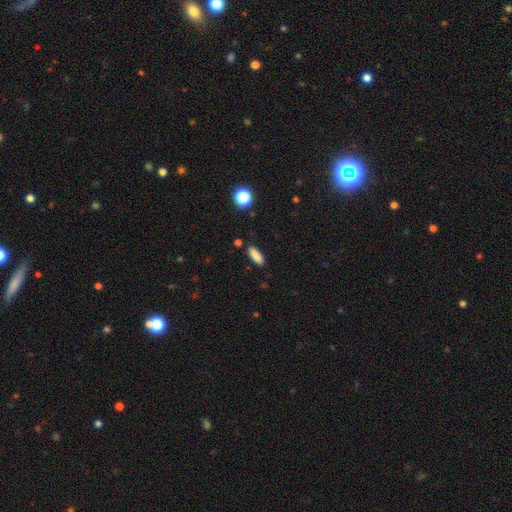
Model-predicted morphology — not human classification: smooth_or_featured: smooth (p=0.87) [alt: star or artifact p=0.08]
how_rounded: in between (p=0.63) [alt: cigar-shaped p=0.34]
merging: none (p=0.87) [alt: minor disturbance p=0.09]